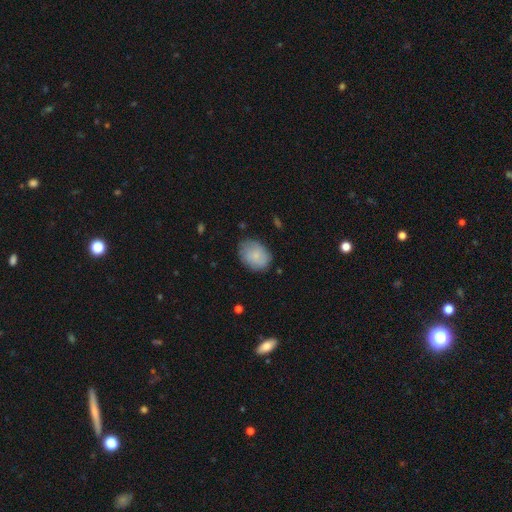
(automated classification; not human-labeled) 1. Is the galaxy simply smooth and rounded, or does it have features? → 77% smooth, 17% featured or disk, 7% star or artifact.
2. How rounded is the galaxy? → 70% in between, 29% round, 1% cigar-shaped.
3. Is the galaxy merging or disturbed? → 73% none, 21% minor disturbance, 5% major disturbance, 2% merger.